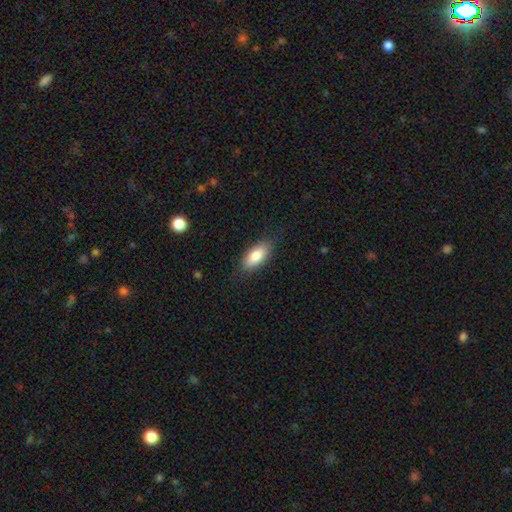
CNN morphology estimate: Smooth or featured?
  - smooth: 82% *
  - featured or disk: 11%
  - star or artifact: 7%
How rounded?
  - in between: 87% *
  - cigar-shaped: 11%
  - round: 3%
Merging?
  - none: 83% *
  - minor disturbance: 13%
  - major disturbance: 3%
  - merger: 1%